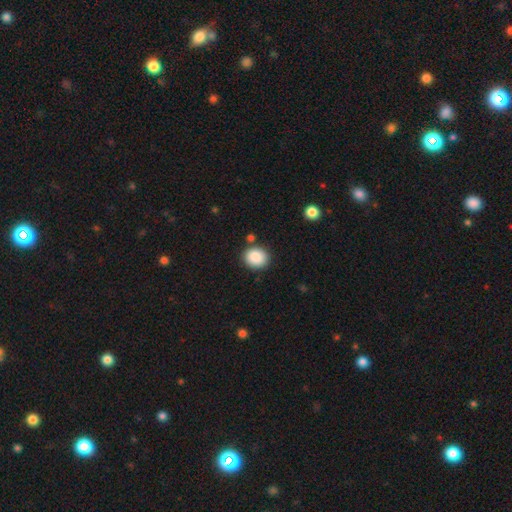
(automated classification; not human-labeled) smooth_or_featured: smooth (p=0.88) [alt: star or artifact p=0.08]
how_rounded: round (p=0.73) [alt: in between p=0.27]
merging: none (p=0.84) [alt: minor disturbance p=0.09]